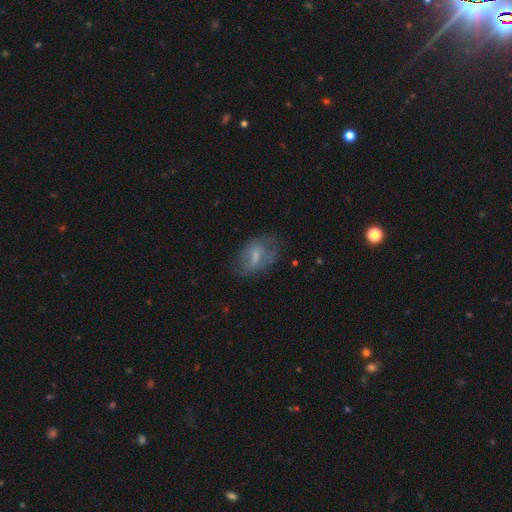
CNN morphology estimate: Q: Smooth or featured?
A: featured or disk (46%); tied with: smooth (46%)
Q: Merging?
A: none (55%); runner-up: minor disturbance (26%)